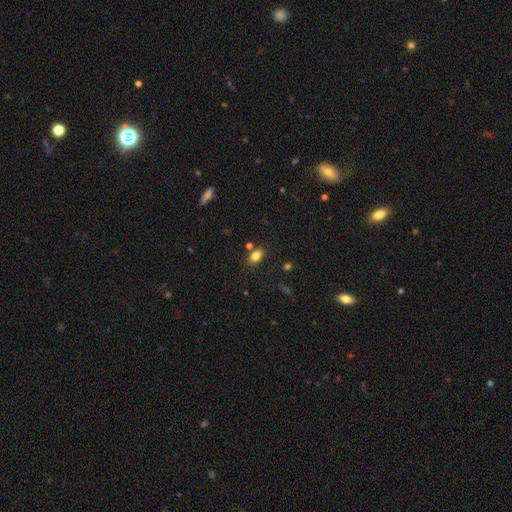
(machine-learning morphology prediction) Smooth or featured?
  - smooth: 81% *
  - star or artifact: 11%
  - featured or disk: 7%
How rounded?
  - in between: 78% *
  - round: 20%
  - cigar-shaped: 2%
Merging?
  - none: 74% *
  - minor disturbance: 13%
  - merger: 9%
  - major disturbance: 4%